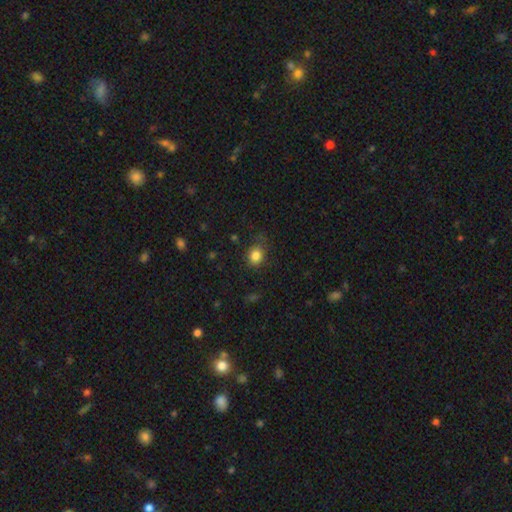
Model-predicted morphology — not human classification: The model was most divided on "how rounded": round: 66%, in between: 33%, cigar-shaped: 1%. More confident: smooth or featured — smooth (84%); merging — none (76%).